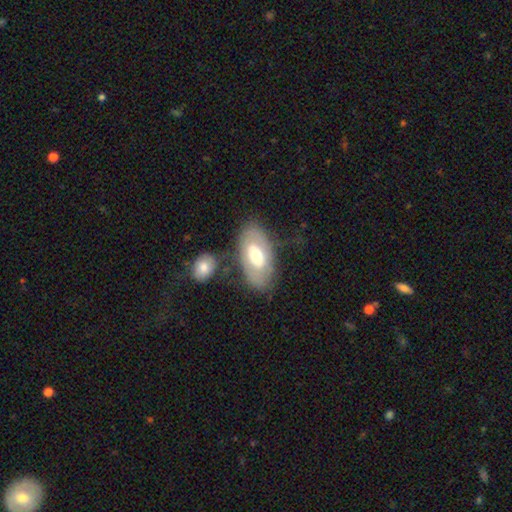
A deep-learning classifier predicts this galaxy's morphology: featured or disk 51%, smooth 43%, star or artifact 6%. Down the decision tree: edge-on disk — no (88%); merging — none (66%).